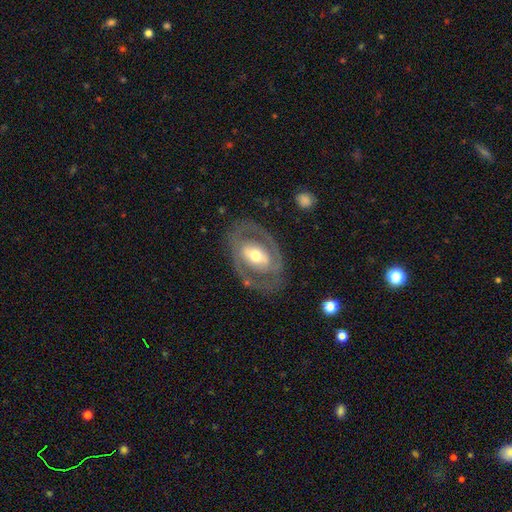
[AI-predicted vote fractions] Q: Smooth or featured?
A: featured or disk (74%); runner-up: smooth (21%)
Q: Edge-on disk?
A: no (94%); runner-up: yes (6%)
Q: Bar?
A: no (37%); runner-up: weak (32%)
Q: Spiral arms?
A: yes (51%); runner-up: no (49%)
Q: Bulge size?
A: moderate (66%); runner-up: small (18%)
Q: Merging?
A: none (74%); runner-up: minor disturbance (14%)